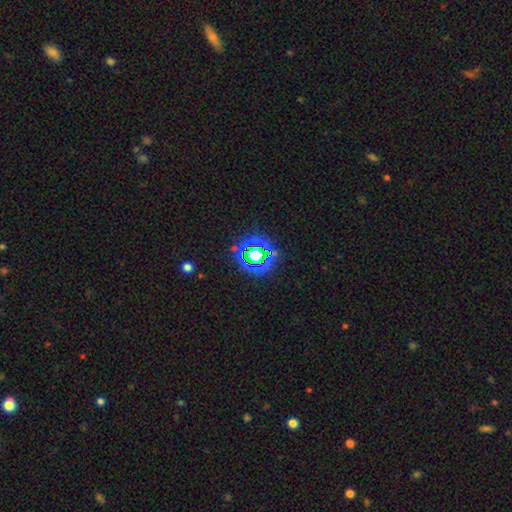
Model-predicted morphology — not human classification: Overall: star or artifact (71%).